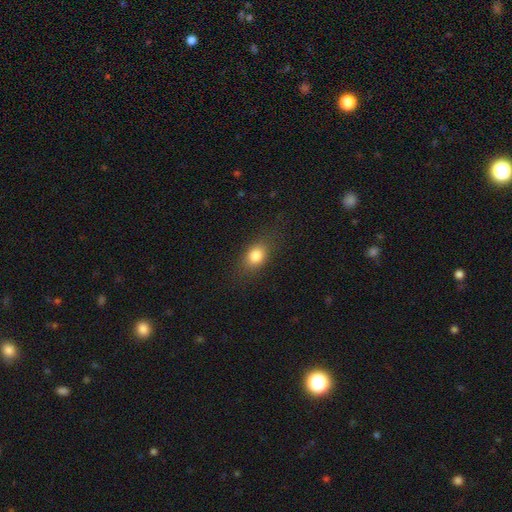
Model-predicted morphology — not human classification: The model was most divided on "how rounded": in between: 64%, round: 34%, cigar-shaped: 2%. More confident: smooth or featured — smooth (82%); merging — none (80%).